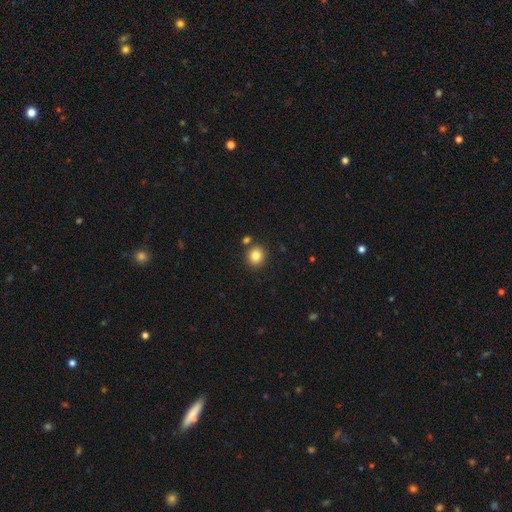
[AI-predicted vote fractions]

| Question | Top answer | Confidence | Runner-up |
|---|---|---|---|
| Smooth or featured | smooth | 84% | star or artifact (10%) |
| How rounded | round | 87% | in between (12%) |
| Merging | none | 83% | minor disturbance (8%) |